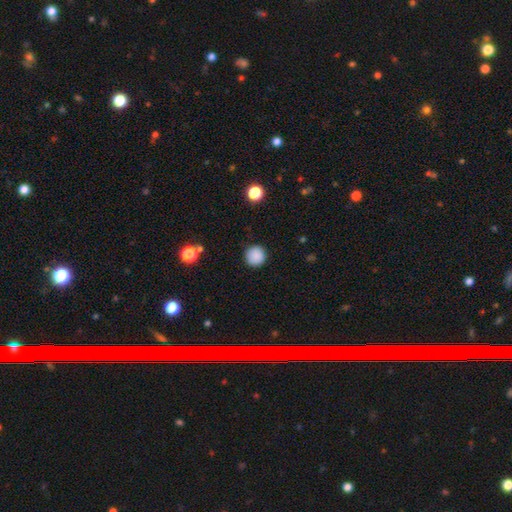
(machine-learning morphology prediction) smooth_or_featured: smooth (p=0.88) [alt: star or artifact p=0.09]
how_rounded: round (p=0.95) [alt: in between p=0.04]
merging: none (p=0.90) [alt: minor disturbance p=0.06]